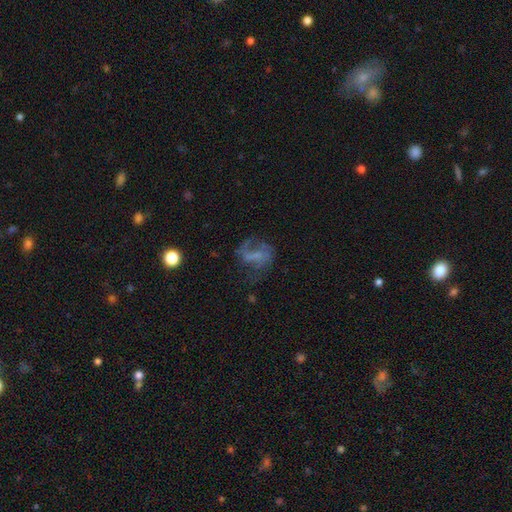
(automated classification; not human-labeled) Overall: featured or disk (58%; smooth 27%). Edge-on disk: no (97%). Bar: no (46%; weak 36%). Spiral arms: yes (63%; no 37%). Bulge size: none (62%; small 22%). Merging: none (44%; major disturbance 33%).